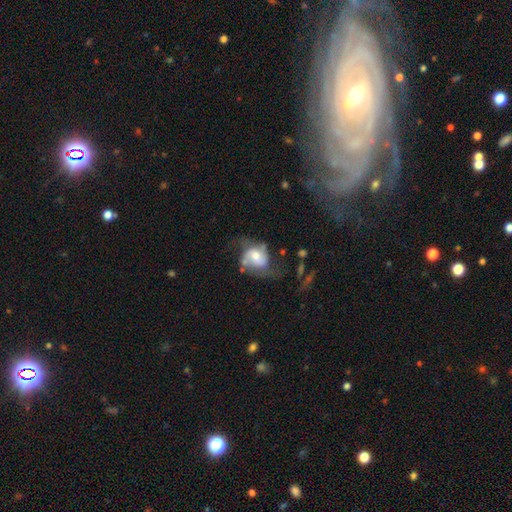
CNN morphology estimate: The model was most divided on "merging": none: 40%, major disturbance: 29%, minor disturbance: 24%, merger: 7%. More confident: edge-on disk — no (96%); spiral arms — yes (81%); smooth or featured — featured or disk (60%); bar — no (56%); bulge size — moderate (55%).